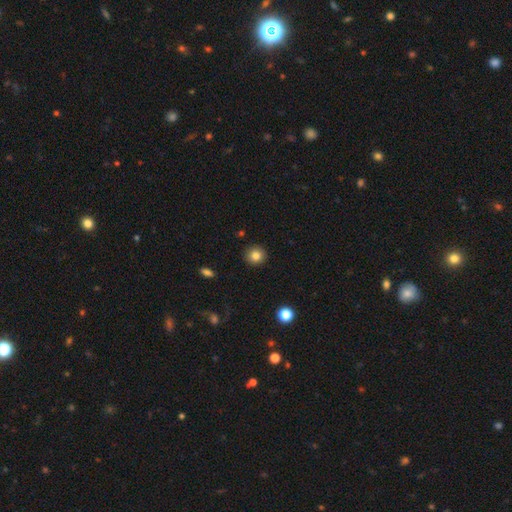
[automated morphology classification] A smooth galaxy with no disk features (83%) that is round (92%). Merging: none (92%).